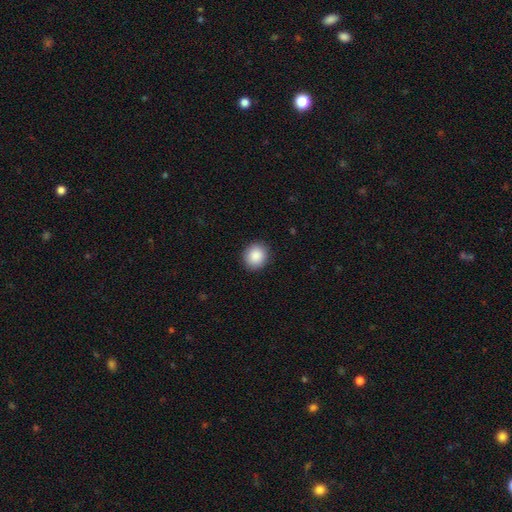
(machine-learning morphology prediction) This appears to be a smooth galaxy with no disk features (88%) that is round (83%). Merging: none (90%).